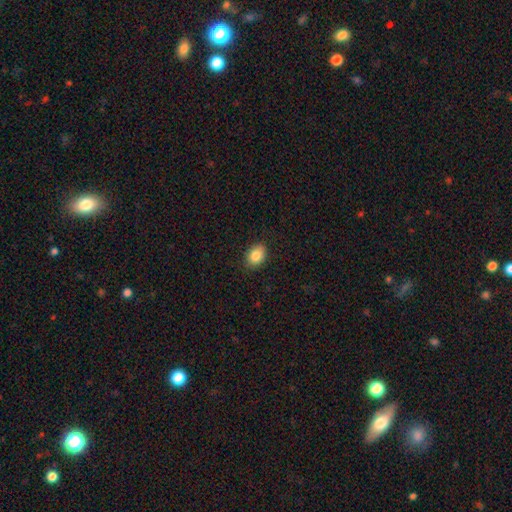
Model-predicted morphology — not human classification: Q: Smooth or featured?
A: smooth (85%); runner-up: star or artifact (8%)
Q: How rounded?
A: in between (75%); runner-up: round (24%)
Q: Merging?
A: none (86%); runner-up: minor disturbance (11%)